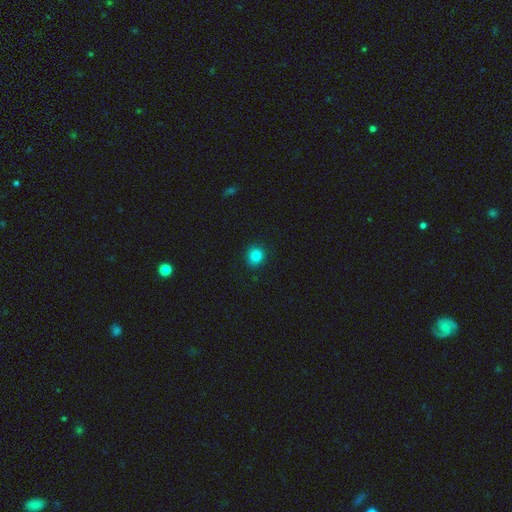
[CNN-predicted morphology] Smooth or featured? smooth (85%)
How rounded? round (87%)
Merging? none (90%)